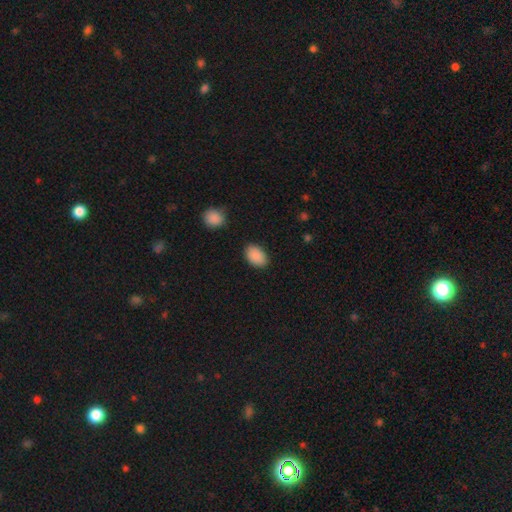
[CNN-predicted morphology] Smooth or featured?
  - smooth: 90% *
  - star or artifact: 7%
  - featured or disk: 3%
How rounded?
  - in between: 89% *
  - round: 10%
  - cigar-shaped: 1%
Merging?
  - none: 85% *
  - minor disturbance: 10%
  - major disturbance: 3%
  - merger: 2%